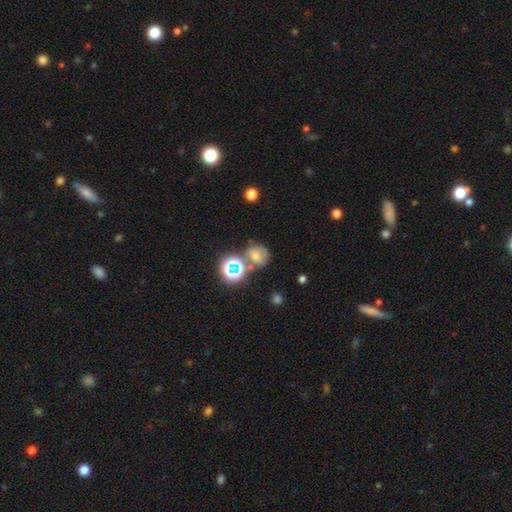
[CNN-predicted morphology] This appears to be a star or artifact, not a galaxy (41%).